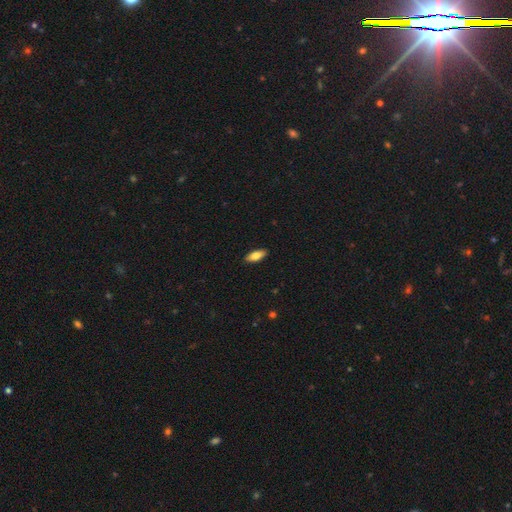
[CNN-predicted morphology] Smooth or featured: smooth — 80% (featured or disk — 14%)
How rounded: in between — 78% (cigar-shaped — 20%)
Merging: none — 90% (minor disturbance — 8%)